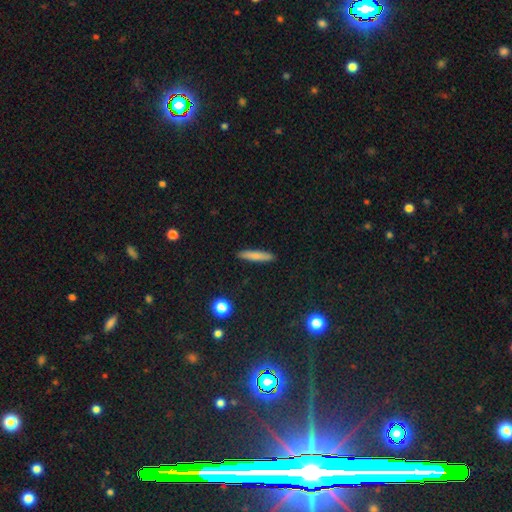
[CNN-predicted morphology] smooth_or_featured: smooth (p=0.79) [alt: featured or disk p=0.14]
how_rounded: cigar-shaped (p=0.91) [alt: in between p=0.08]
merging: none (p=0.91) [alt: minor disturbance p=0.06]